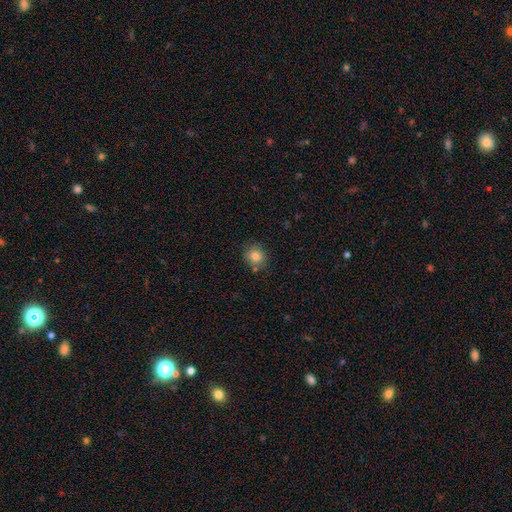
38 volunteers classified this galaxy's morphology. smooth 87%, featured or disk 8%, star or artifact 5%. Down the decision tree: how rounded — round (76%); merging — none (83%).